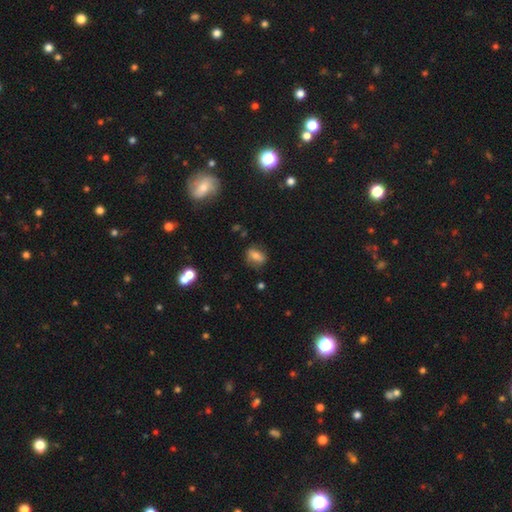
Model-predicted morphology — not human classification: type=smooth (68%); roundness=in between (71%); merging=none (72%).